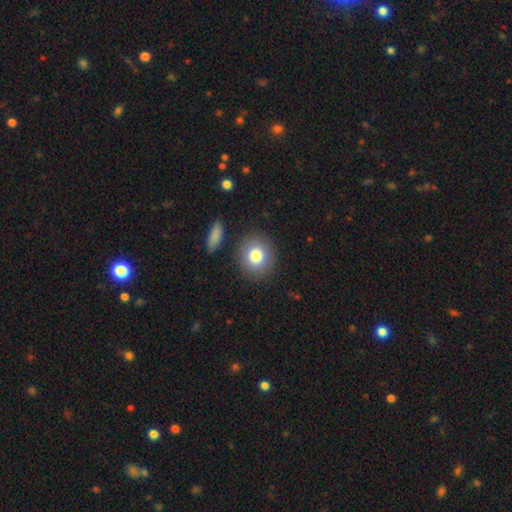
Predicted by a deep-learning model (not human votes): Smooth or featured: smooth — 80% (featured or disk — 11%)
How rounded: round — 79% (in between — 20%)
Merging: none — 87% (minor disturbance — 8%)